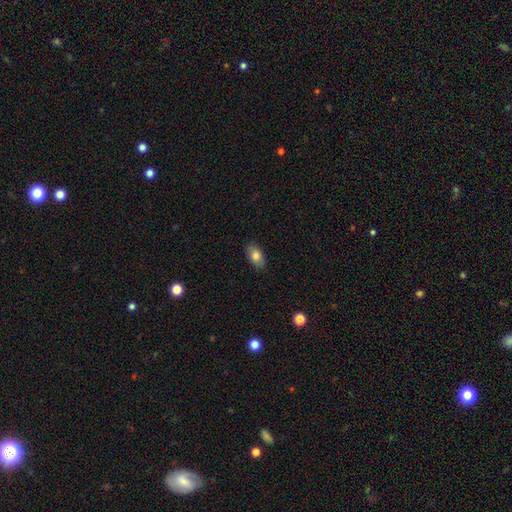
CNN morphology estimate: Smooth or featured? Predicted: smooth (p=0.82). How rounded? Predicted: in between (p=0.91). Merging? Predicted: none (p=0.88).